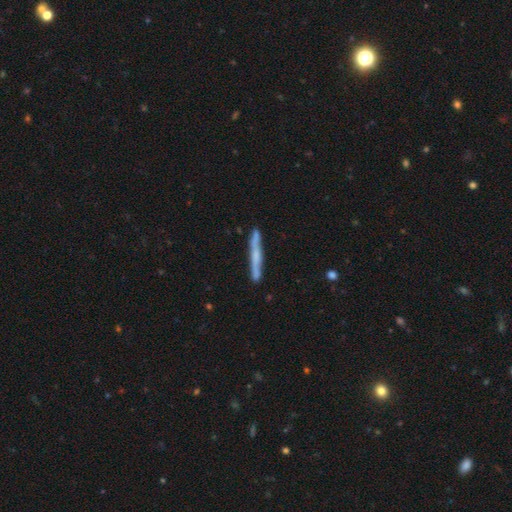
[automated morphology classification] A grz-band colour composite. It shows a featured or disk galaxy (55%) viewed edge-on (95%) with no central bulge (49%). Merging: none (86%).